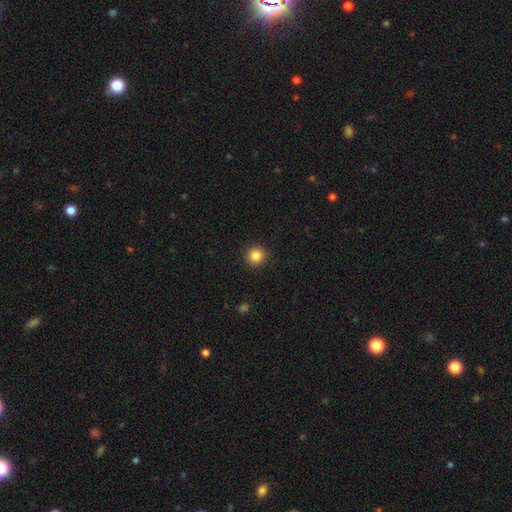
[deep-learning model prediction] Smooth or featured: smooth — 85% (star or artifact — 11%)
How rounded: round — 95% (in between — 4%)
Merging: none — 93% (minor disturbance — 5%)